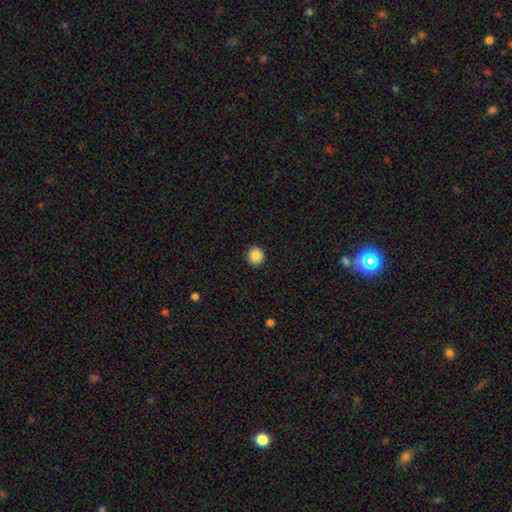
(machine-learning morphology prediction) Overall: smooth (88%). How rounded: round (92%). Merging: none (92%).